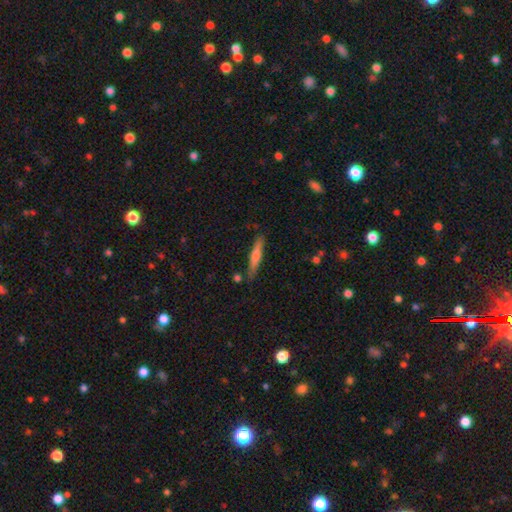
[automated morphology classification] type=smooth (60%); roundness=cigar-shaped (91%); merging=none (82%).